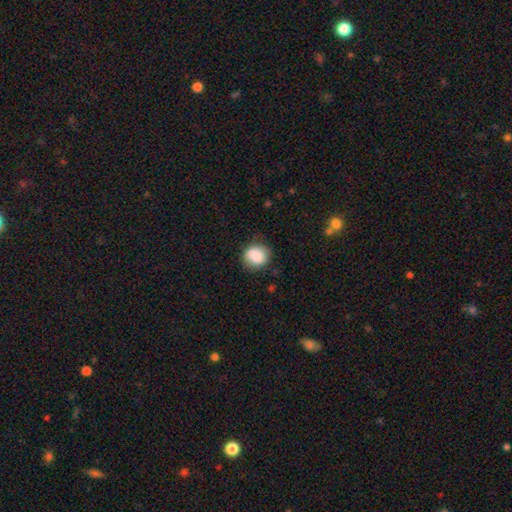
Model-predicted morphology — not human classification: Q: Smooth or featured?
A: smooth (85%); runner-up: featured or disk (8%)
Q: How rounded?
A: round (80%); runner-up: in between (19%)
Q: Merging?
A: none (77%); runner-up: minor disturbance (17%)